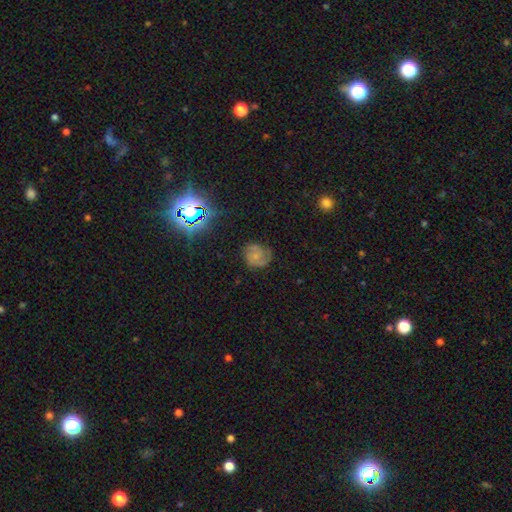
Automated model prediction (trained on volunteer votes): Smooth or featured? Predicted: featured or disk (p=0.47). Merging? Predicted: none (p=0.64).